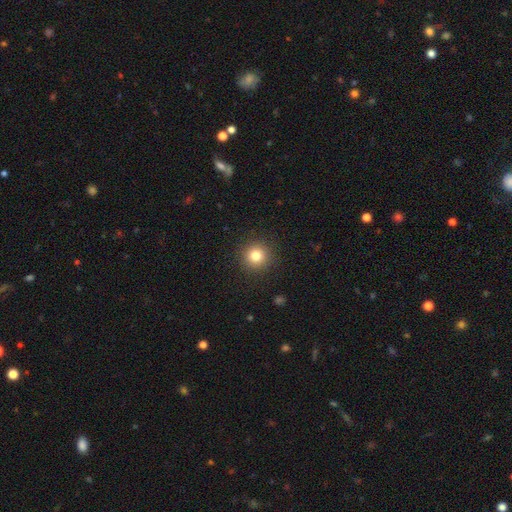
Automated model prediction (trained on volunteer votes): This is clearly a smooth galaxy (81%). How rounded: clearly round (95%). Merging: clearly none (92%).